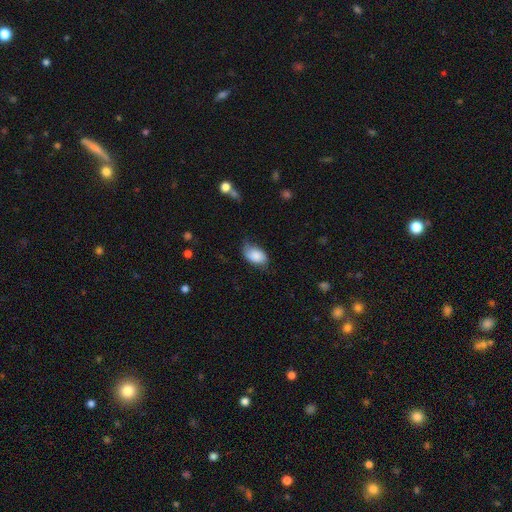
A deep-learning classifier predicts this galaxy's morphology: Smooth or featured? smooth (82%)
How rounded? in between (91%)
Merging? none (51%)